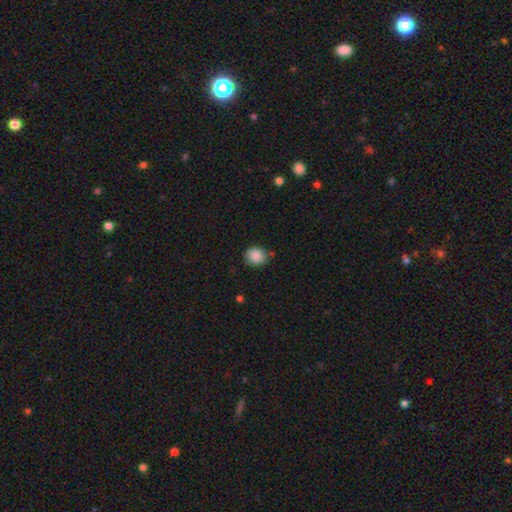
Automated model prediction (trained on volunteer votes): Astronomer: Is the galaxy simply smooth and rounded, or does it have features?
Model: smooth — 88%.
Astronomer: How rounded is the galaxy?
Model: round — 78%.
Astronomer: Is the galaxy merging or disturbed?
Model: none — 77%.